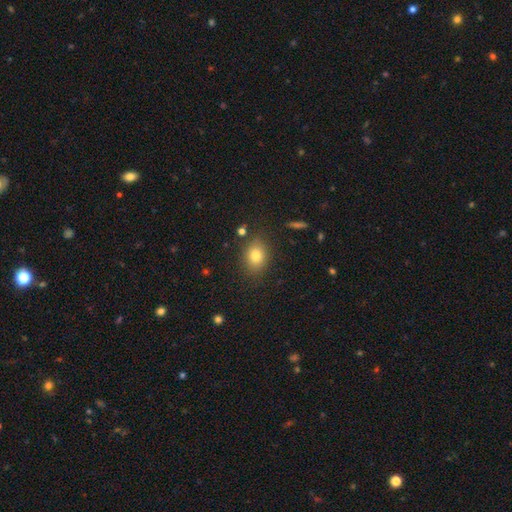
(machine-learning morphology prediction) Smooth or featured: smooth — 79% (star or artifact — 11%)
How rounded: in between — 62% (round — 37%)
Merging: none — 82% (minor disturbance — 12%)